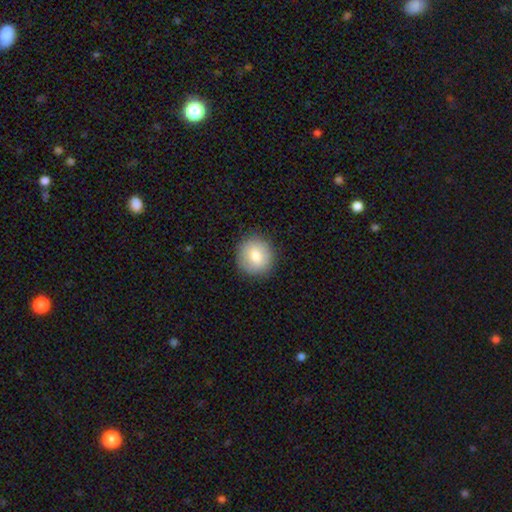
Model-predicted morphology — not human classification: Smooth or featured?
  - smooth: 78% *
  - featured or disk: 13%
  - star or artifact: 8%
How rounded?
  - round: 88% *
  - in between: 11%
  - cigar-shaped: 1%
Merging?
  - none: 88% *
  - minor disturbance: 9%
  - major disturbance: 2%
  - merger: 1%